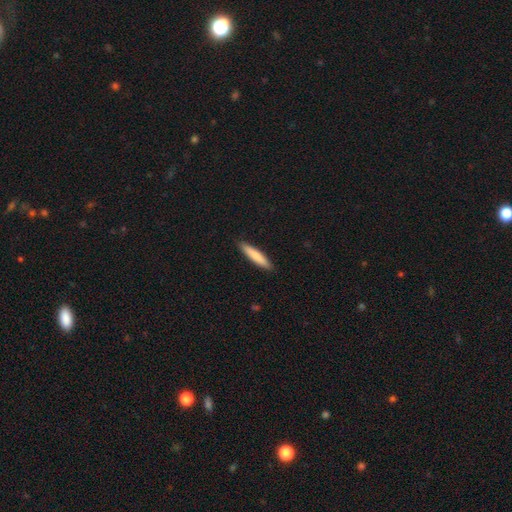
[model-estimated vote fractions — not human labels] A smooth galaxy with no disk features (81%) that is cigar-shaped (88%).

Vote fractions:
- Smooth or featured? smooth: 81% / featured or disk: 14% / star or artifact: 5%
- How rounded? cigar-shaped: 88% / in between: 11% / round: 1%
- Merging? none: 90% / minor disturbance: 7% / major disturbance: 1% / merger: 1%